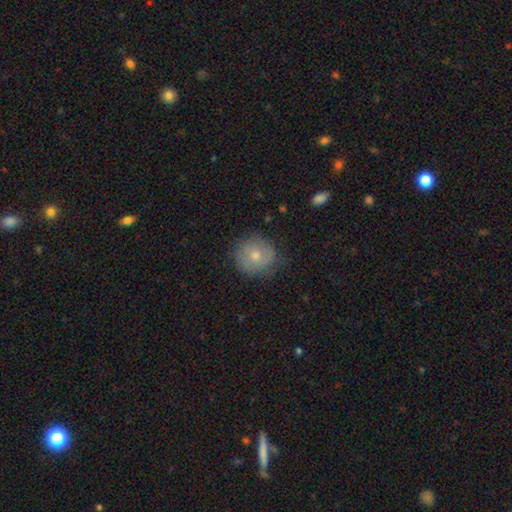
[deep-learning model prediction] A smooth galaxy with no disk features (64%) that is round (89%). Merging: none (75%).